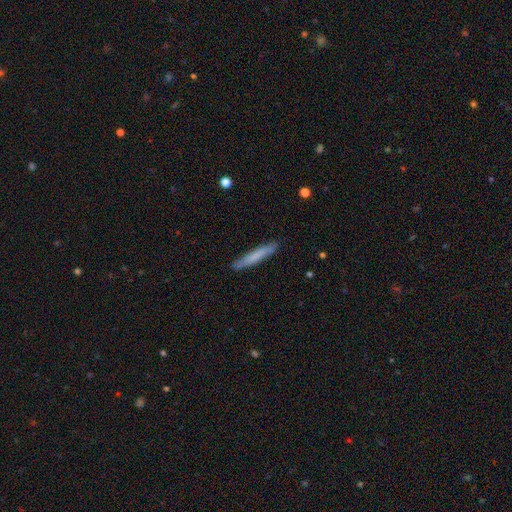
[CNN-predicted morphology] This appears to be a smooth galaxy with no disk features (73%) that is cigar-shaped (95%). Merging: none (90%).